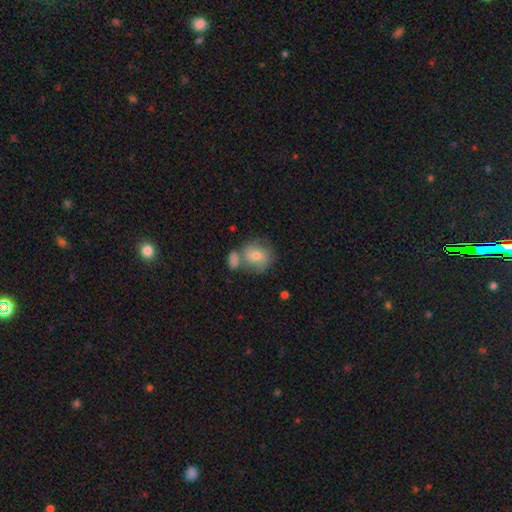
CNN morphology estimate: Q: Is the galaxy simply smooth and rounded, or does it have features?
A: smooth — 58%.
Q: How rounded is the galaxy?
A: round — 76%.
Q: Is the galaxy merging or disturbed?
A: none — 44%.